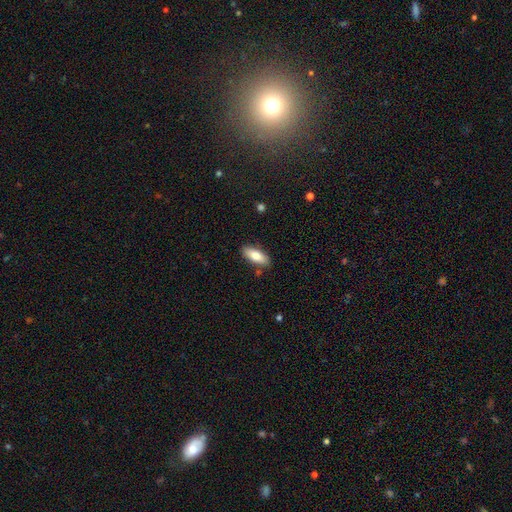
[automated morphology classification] This is likely a smooth galaxy (79%). How rounded: likely in between (76%). Merging: clearly none (84%).